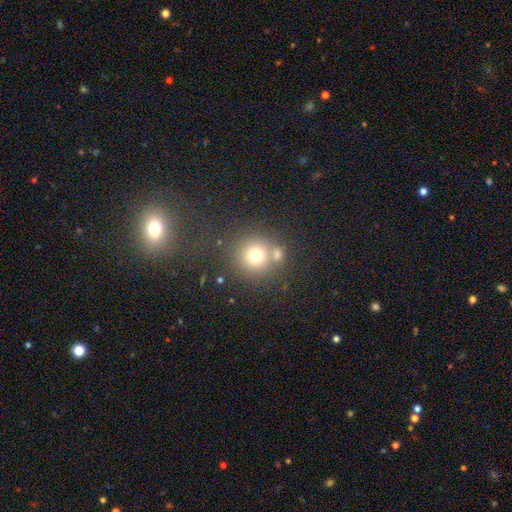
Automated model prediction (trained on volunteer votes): Smooth or featured: smooth — 72% (star or artifact — 15%)
How rounded: round — 92% (in between — 7%)
Merging: none — 64% (merger — 22%)